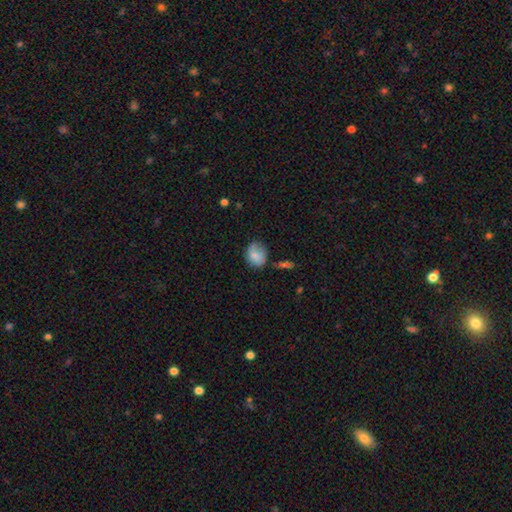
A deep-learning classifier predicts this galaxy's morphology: The model was most divided on "how rounded": in between: 50%, round: 49%, cigar-shaped: 1%. More confident: smooth or featured — smooth (78%); merging — none (51%).